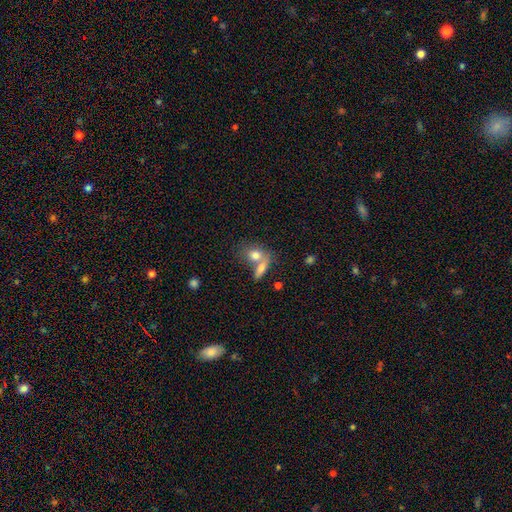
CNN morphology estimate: Smooth or featured? Predicted: smooth (p=0.47). Merging? Predicted: none (p=0.46).